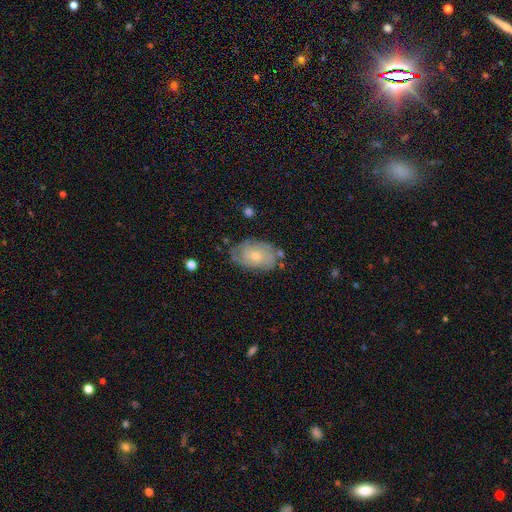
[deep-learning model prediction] Smooth or featured?
  - featured or disk: 54% *
  - smooth: 40%
  - star or artifact: 7%
Edge-on disk?
  - no: 95% *
  - yes: 5%
Bar?
  - no: 83% *
  - weak: 14%
  - strong: 2%
Spiral arms?
  - yes: 69% *
  - no: 31%
Bulge size?
  - small: 50% *
  - moderate: 45%
  - large: 2%
  - none: 1%
  - dominant: 1%
Merging?
  - none: 63% *
  - minor disturbance: 26%
  - major disturbance: 8%
  - merger: 4%